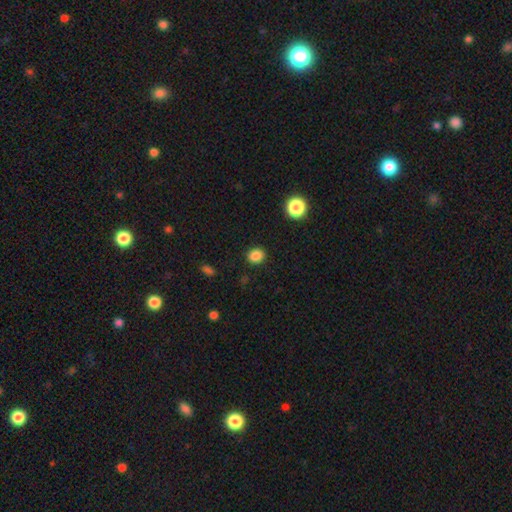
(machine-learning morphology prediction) This appears to be a smooth galaxy with no disk features (85%) that is round (74%). Merging: none (90%).